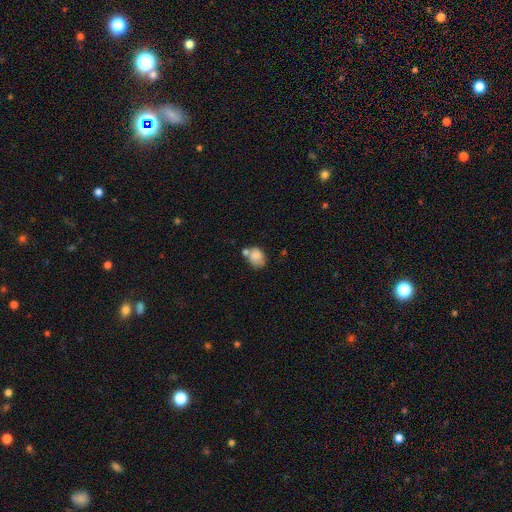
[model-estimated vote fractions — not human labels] Smooth or featured? Predicted: smooth (p=0.79). How rounded? Predicted: in between (p=0.54). Merging? Predicted: none (p=0.41).